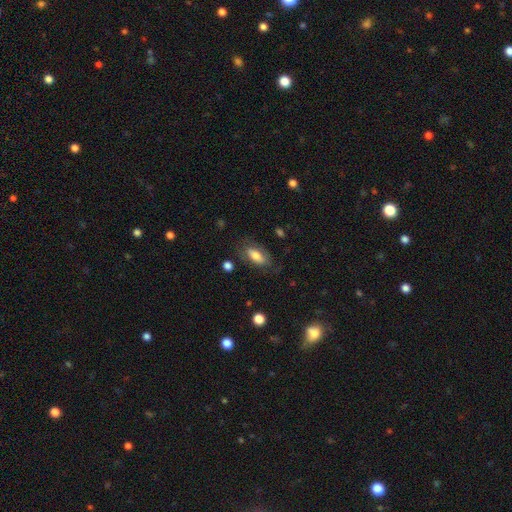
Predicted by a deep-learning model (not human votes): Smooth or featured: smooth — 70% (featured or disk — 23%)
How rounded: in between — 85% (cigar-shaped — 12%)
Merging: none — 70% (minor disturbance — 20%)